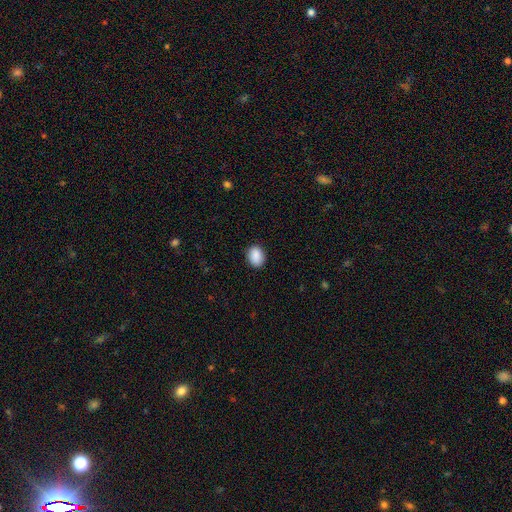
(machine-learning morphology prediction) type=smooth (90%); roundness=in between (68%); merging=none (89%).